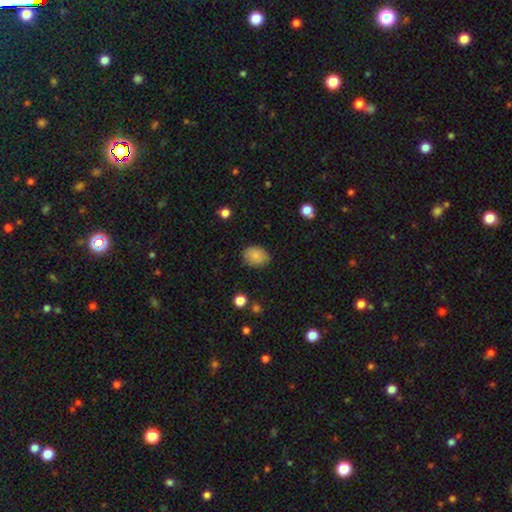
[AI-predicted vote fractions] Smooth or featured? smooth (83%)
How rounded? in between (63%)
Merging? none (78%)